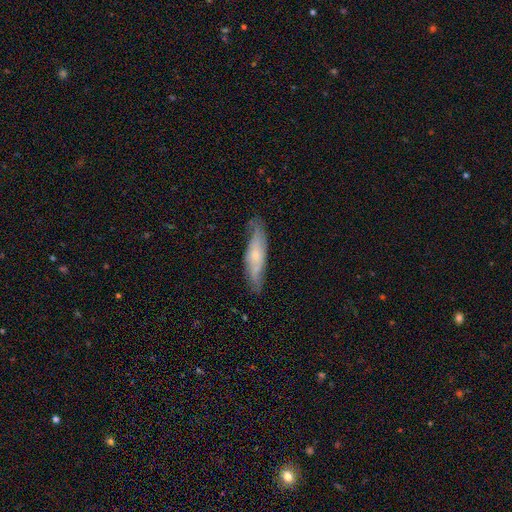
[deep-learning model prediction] Smooth or featured? featured or disk (54%)
Edge-on disk? no (56%)
Merging? none (73%)